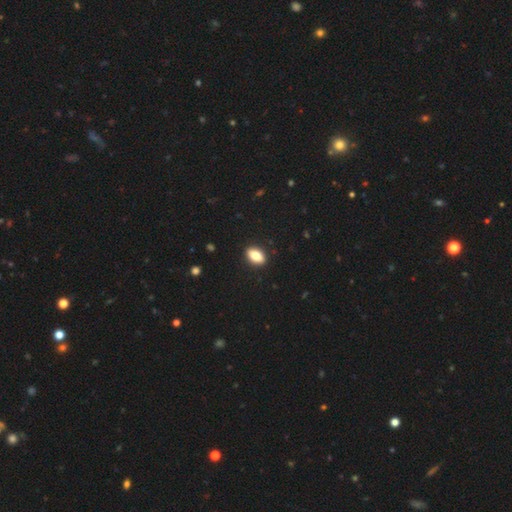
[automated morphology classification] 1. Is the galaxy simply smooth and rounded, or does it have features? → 80% smooth, 12% featured or disk, 8% star or artifact.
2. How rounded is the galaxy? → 87% in between, 8% round, 4% cigar-shaped.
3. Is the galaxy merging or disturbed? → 90% none, 7% minor disturbance, 2% major disturbance, 1% merger.